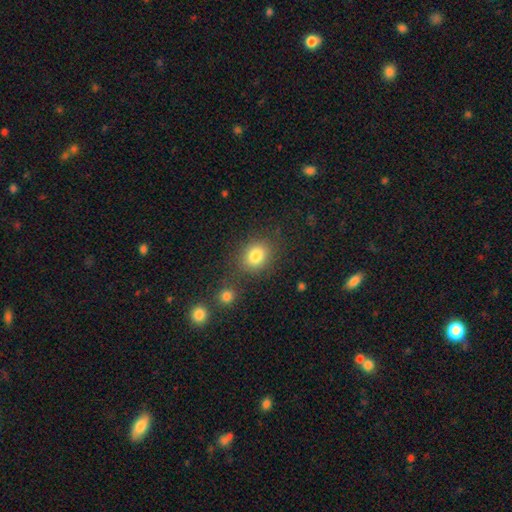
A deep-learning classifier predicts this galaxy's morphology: type=smooth (82%); roundness=round (58%); merging=none (72%).